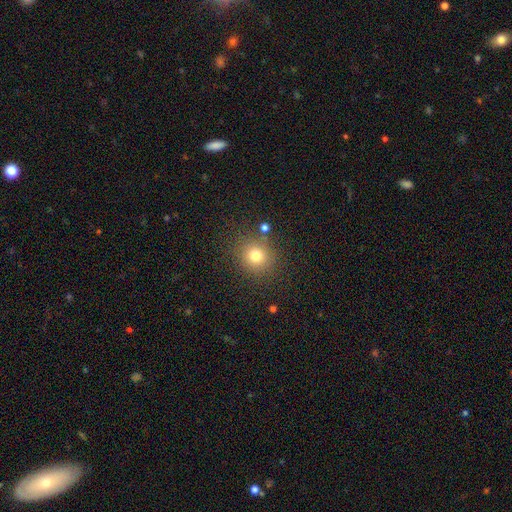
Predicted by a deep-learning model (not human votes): Smooth or featured?
  - smooth: 77% *
  - star or artifact: 15%
  - featured or disk: 8%
How rounded?
  - round: 86% *
  - in between: 13%
  - cigar-shaped: 1%
Merging?
  - none: 82% *
  - minor disturbance: 10%
  - merger: 4%
  - major disturbance: 4%